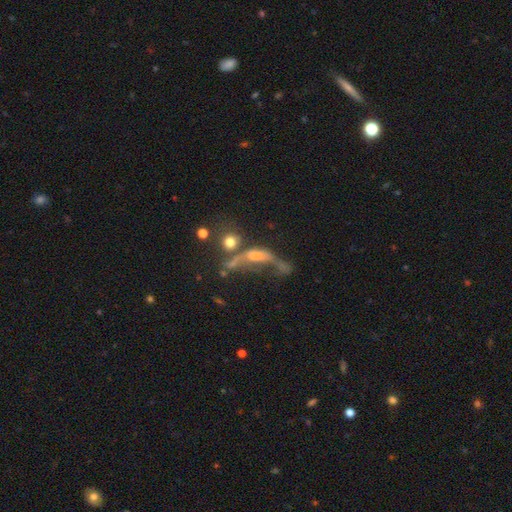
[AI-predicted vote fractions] Morphology: type=featured or disk (54%); edge-on=no (64%); merging=merger (40%).